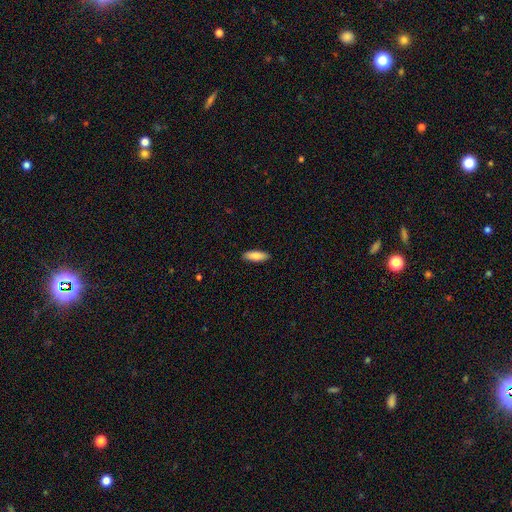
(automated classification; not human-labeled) A smooth galaxy with no disk features (86%) that is in between round and cigar-shaped (62%).

Vote fractions:
- Smooth or featured? smooth: 86% / featured or disk: 9% / star or artifact: 6%
- How rounded? in between: 62% / cigar-shaped: 36% / round: 2%
- Merging? none: 90% / minor disturbance: 7% / major disturbance: 2% / merger: 1%